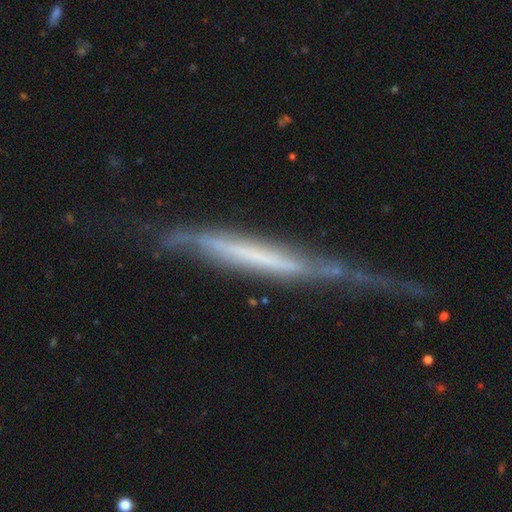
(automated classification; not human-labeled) Smooth or featured? Predicted: featured or disk (p=0.68). Edge-on disk? Predicted: yes (p=0.83). Edge-on bulge? Predicted: none (p=0.77). Merging? Predicted: none (p=0.36).